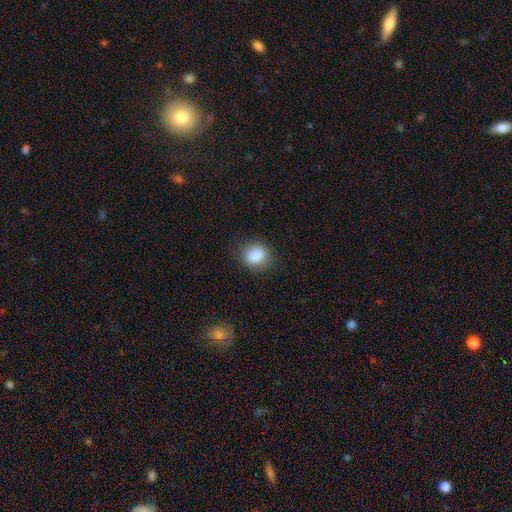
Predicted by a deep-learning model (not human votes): This appears to be a smooth galaxy with no disk features (87%) that is round (71%). Merging: none (81%).